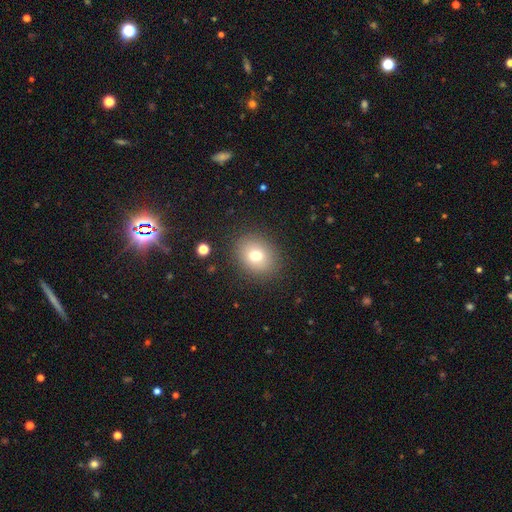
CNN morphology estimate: Q: Smooth or featured?
A: smooth (75%); runner-up: featured or disk (13%)
Q: How rounded?
A: round (56%); runner-up: in between (44%)
Q: Merging?
A: none (87%); runner-up: minor disturbance (8%)